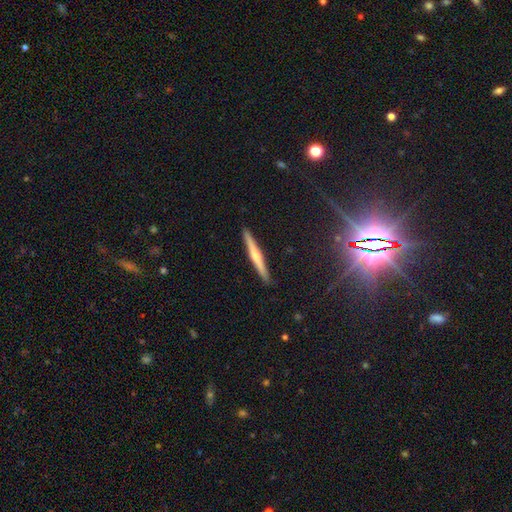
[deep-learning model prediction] smooth_or_featured: featured or disk (p=0.56) [alt: smooth p=0.37]
disk_edge_on: yes (p=0.97) [alt: no p=0.03]
edge_on_bulge: rounded (p=0.70) [alt: none p=0.24]
merging: none (p=0.92) [alt: minor disturbance p=0.06]